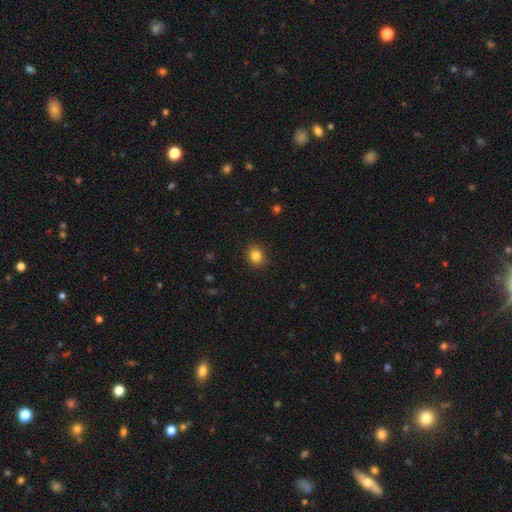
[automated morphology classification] A smooth galaxy with no disk features (84%) that is round (68%).

Vote fractions:
- Smooth or featured? smooth: 84% / star or artifact: 11% / featured or disk: 5%
- How rounded? round: 68% / in between: 31% / cigar-shaped: 1%
- Merging? none: 89% / minor disturbance: 8% / major disturbance: 2% / merger: 1%